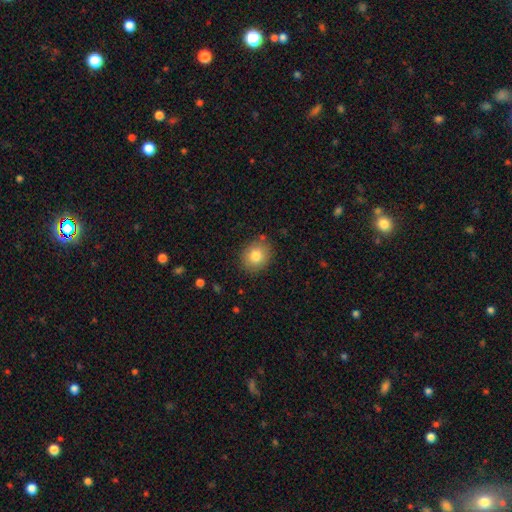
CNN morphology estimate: smooth-or-featured: smooth: 81% | star or artifact: 10% | featured or disk: 9%
  how-rounded: round: 65% | in between: 34% | cigar-shaped: 1%
  merging: none: 85% | minor disturbance: 11% | major disturbance: 3% | merger: 2%